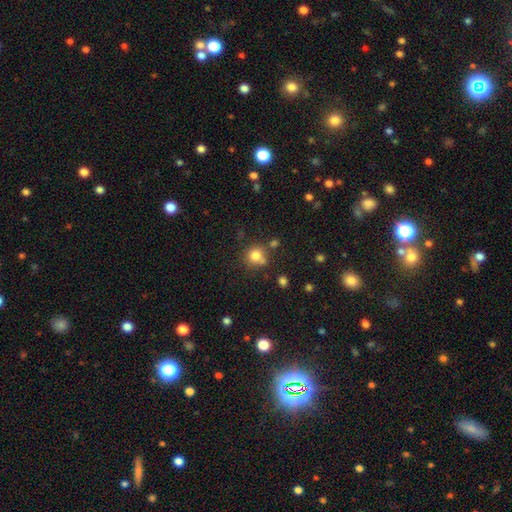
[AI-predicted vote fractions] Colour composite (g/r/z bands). It shows a smooth galaxy with no disk features (79%) that is round (89%). Merging: none (65%).